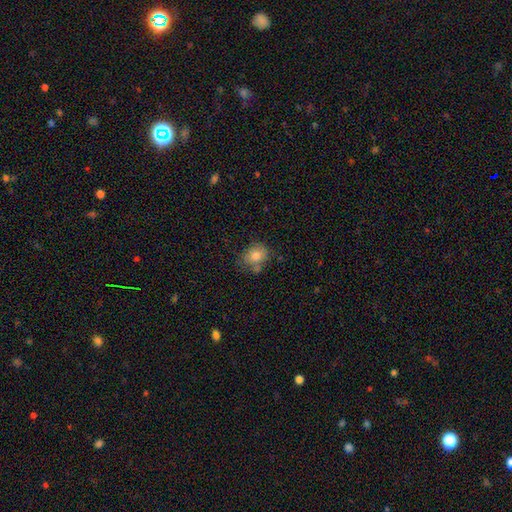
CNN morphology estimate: smooth-or-featured: smooth: 78% | featured or disk: 12% | star or artifact: 10%
  how-rounded: round: 62% | in between: 37% | cigar-shaped: 1%
  merging: none: 61% | minor disturbance: 21% | merger: 12% | major disturbance: 6%